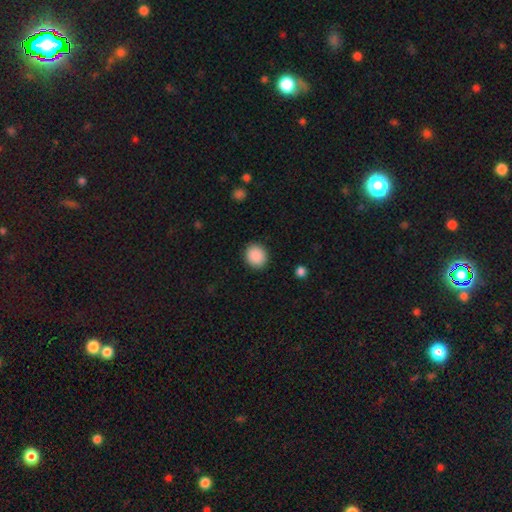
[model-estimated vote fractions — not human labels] A smooth galaxy with no disk features (90%) that is round (78%). Merging: none (90%).